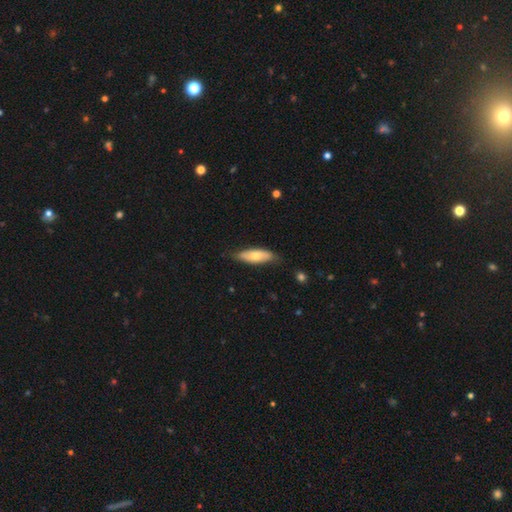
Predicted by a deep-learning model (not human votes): Smooth or featured?
  - smooth: 63% *
  - featured or disk: 32%
  - star or artifact: 5%
How rounded?
  - in between: 68% *
  - cigar-shaped: 30%
  - round: 2%
Merging?
  - none: 77% *
  - minor disturbance: 19%
  - major disturbance: 3%
  - merger: 1%